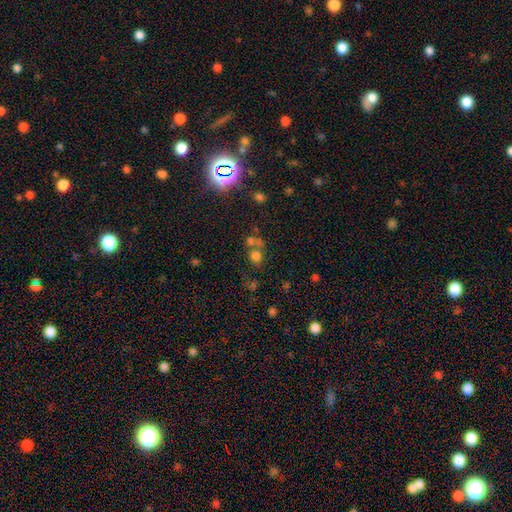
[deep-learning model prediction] Morphology: type=smooth (64%); roundness=round (81%); merging=none (49%).